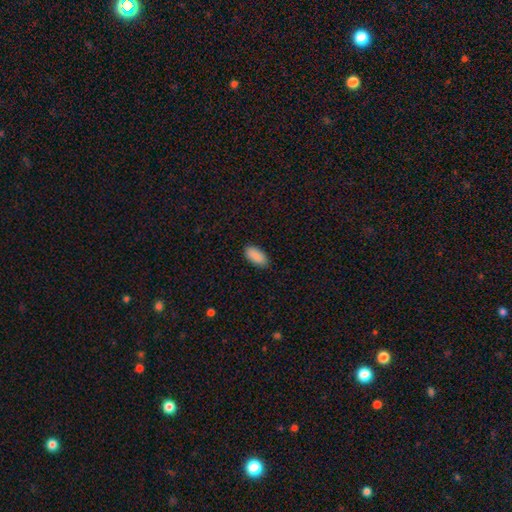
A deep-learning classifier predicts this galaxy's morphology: A smooth galaxy with no disk features (91%) that is in between round and cigar-shaped (93%).

Vote fractions:
- Smooth or featured? smooth: 91% / star or artifact: 6% / featured or disk: 3%
- How rounded? in between: 93% / cigar-shaped: 5% / round: 2%
- Merging? none: 88% / minor disturbance: 9% / major disturbance: 2% / merger: 1%